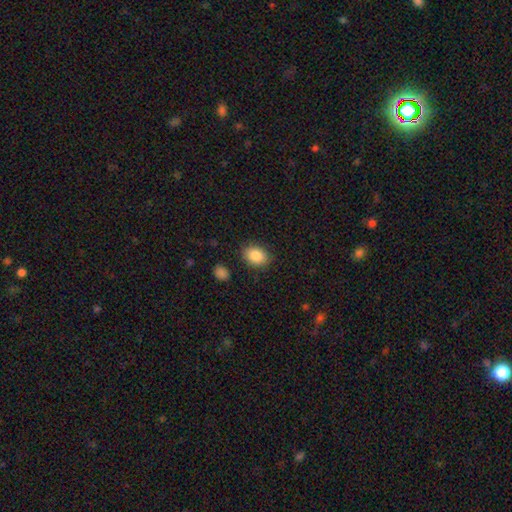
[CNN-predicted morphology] Smooth or featured? Predicted: smooth (p=0.86). How rounded? Predicted: in between (p=0.70). Merging? Predicted: none (p=0.86).